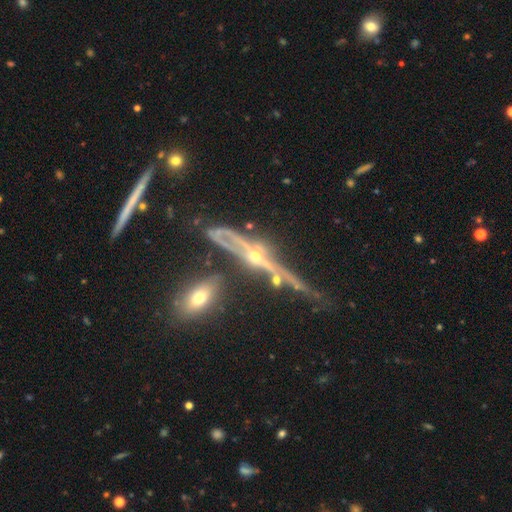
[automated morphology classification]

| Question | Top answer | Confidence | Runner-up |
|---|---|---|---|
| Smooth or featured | featured or disk | 79% | star or artifact (12%) |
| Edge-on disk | yes | 85% | no (15%) |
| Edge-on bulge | rounded | 73% | none (20%) |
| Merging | none | 51% | minor disturbance (21%) |